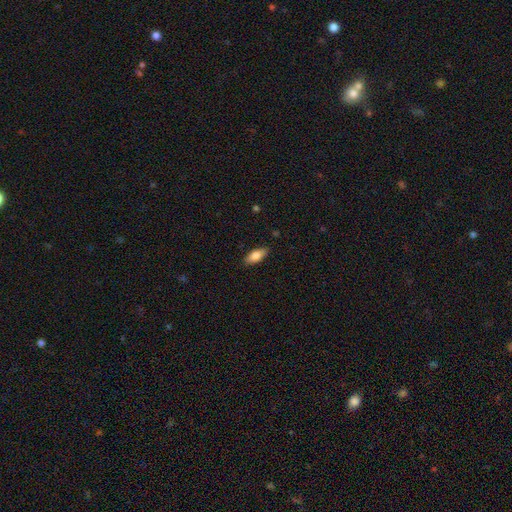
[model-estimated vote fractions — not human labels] This is likely a smooth galaxy (78%). How rounded: clearly in between (81%). Merging: clearly none (87%).